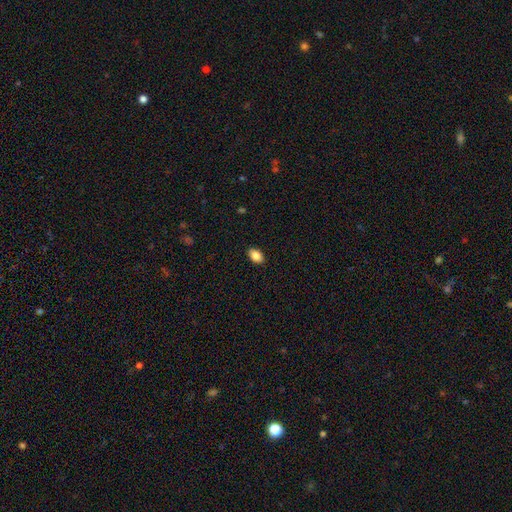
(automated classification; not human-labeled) This appears to be a smooth galaxy with no disk features (87%) that is in between round and cigar-shaped (87%). Merging: none (89%).